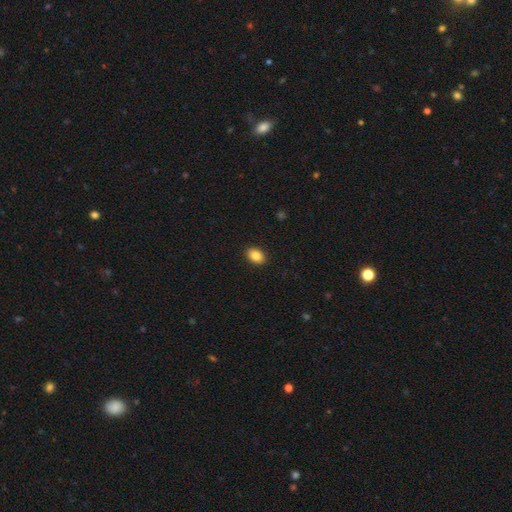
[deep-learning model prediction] Smooth or featured? Predicted: smooth (p=0.87). How rounded? Predicted: in between (p=0.80). Merging? Predicted: none (p=0.91).